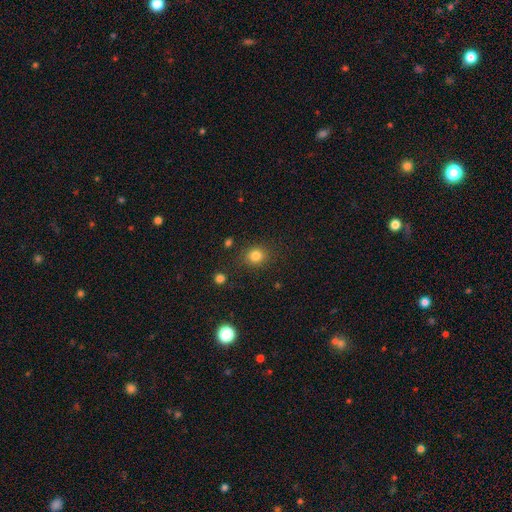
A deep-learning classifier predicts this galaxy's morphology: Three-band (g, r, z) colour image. It shows a smooth galaxy with no disk features (82%) that is round (77%). Merging: none (85%).